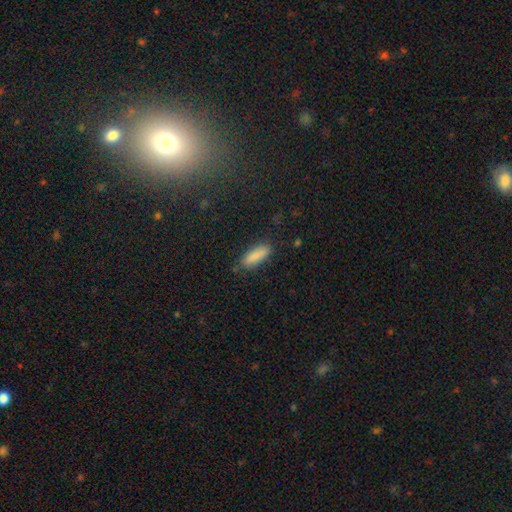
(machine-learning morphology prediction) This appears to be a smooth galaxy with no disk features (88%) that is in between round and cigar-shaped (53%). Merging: none (83%).